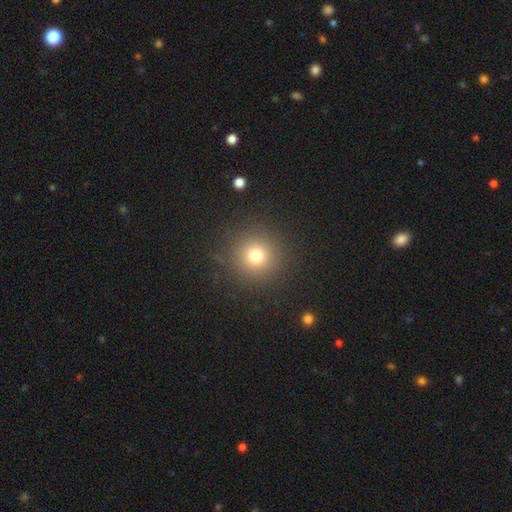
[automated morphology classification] smooth 74%, star or artifact 17%, featured or disk 9%. Down the decision tree: how rounded — round (95%); merging — none (89%).